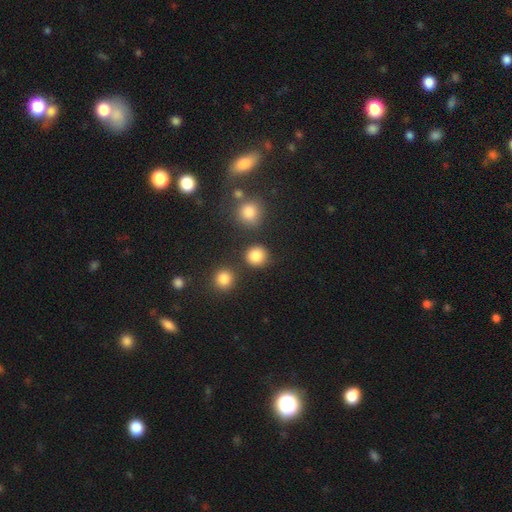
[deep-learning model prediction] This is clearly a smooth galaxy (85%). How rounded: clearly round (88%). Merging: clearly none (83%).